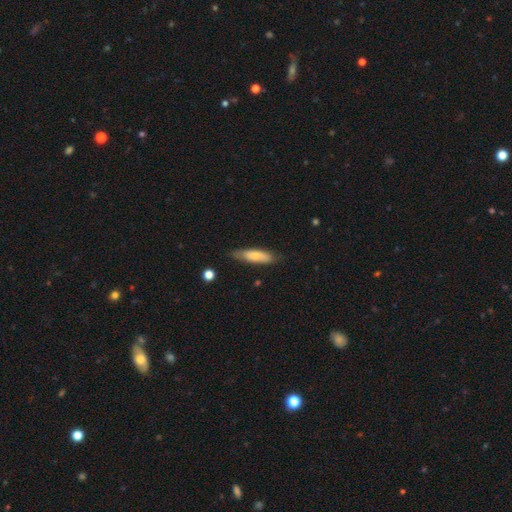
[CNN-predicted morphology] A smooth galaxy with no disk features (67%) that is cigar-shaped (54%).

Vote fractions:
- Smooth or featured? smooth: 67% / featured or disk: 26% / star or artifact: 6%
- How rounded? cigar-shaped: 54% / in between: 44% / round: 2%
- Merging? none: 76% / minor disturbance: 19% / major disturbance: 4% / merger: 2%